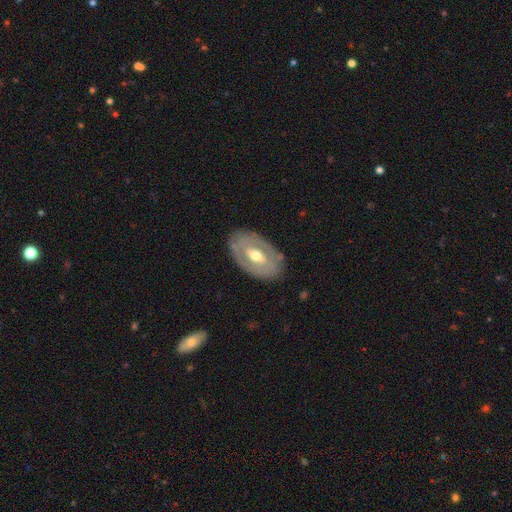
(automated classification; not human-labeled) A featured or disk galaxy (63%) with no bar (51%), no spiral arms (74%) and a moderate central bulge (71%). Merging: none (80%).